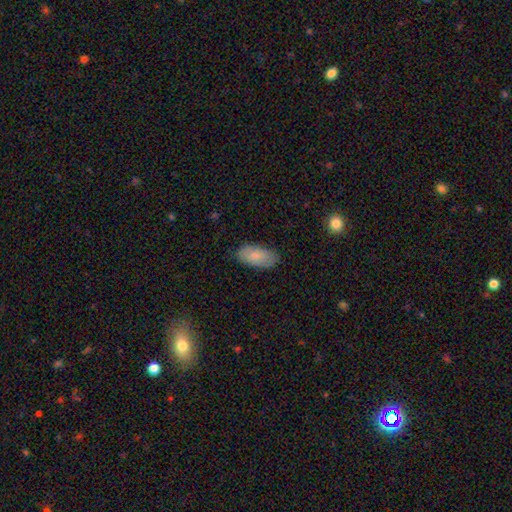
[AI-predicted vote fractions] Morphology: type=smooth (82%); roundness=in between (93%); merging=none (84%).